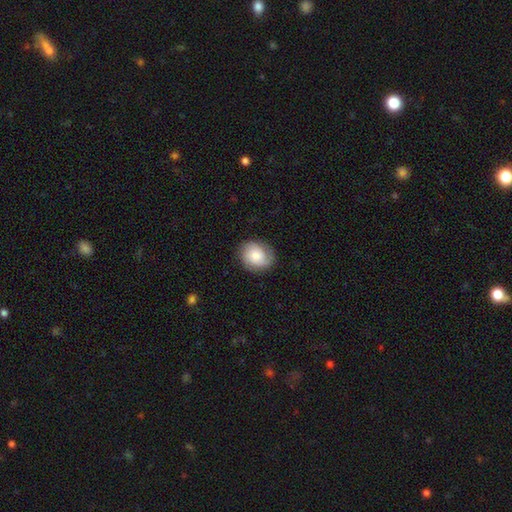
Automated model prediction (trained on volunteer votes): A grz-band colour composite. It shows a smooth galaxy with no disk features (60%) that is round (65%). Merging: none (79%).